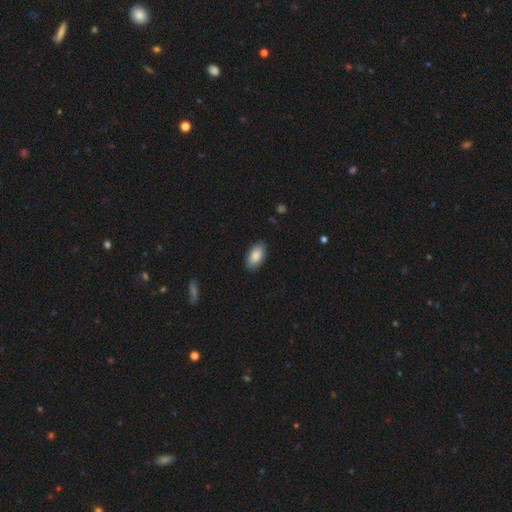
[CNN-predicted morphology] type=smooth (87%); roundness=in between (94%); merging=none (87%).